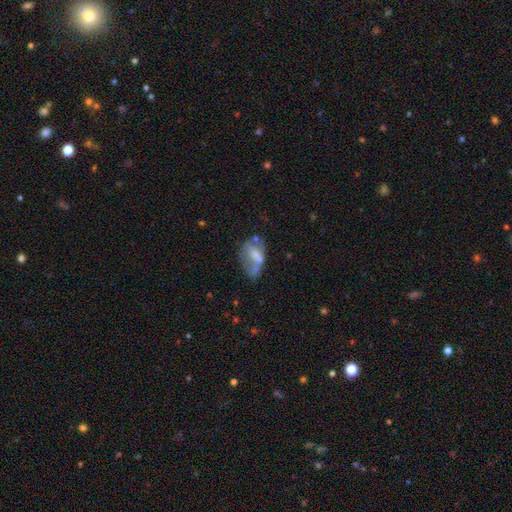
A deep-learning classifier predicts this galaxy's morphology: type=smooth (46%); merging=major disturbance (28%).